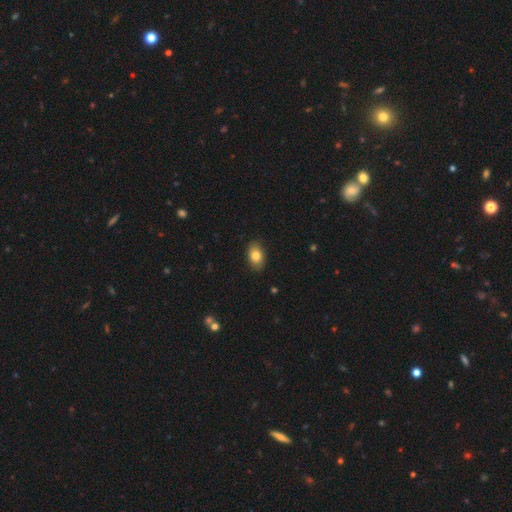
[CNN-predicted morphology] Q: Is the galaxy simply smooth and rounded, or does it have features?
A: smooth — 82%.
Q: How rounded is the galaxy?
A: in between — 89%.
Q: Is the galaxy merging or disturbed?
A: none — 88%.